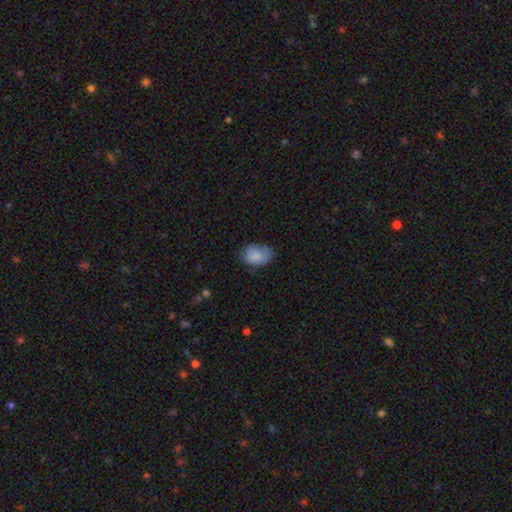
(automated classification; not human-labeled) Q: Smooth or featured?
A: smooth (81%); runner-up: featured or disk (11%)
Q: How rounded?
A: in between (79%); runner-up: round (20%)
Q: Merging?
A: none (60%); runner-up: minor disturbance (30%)